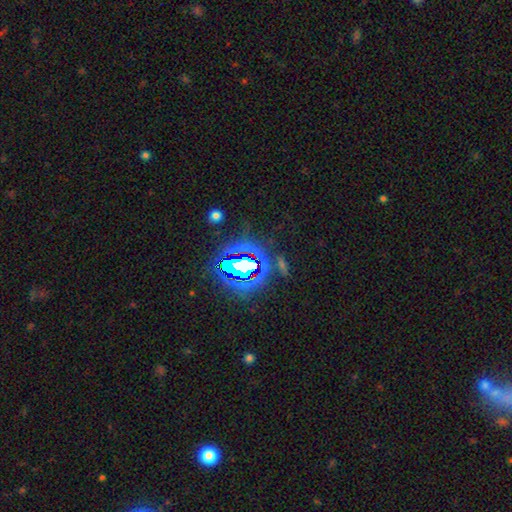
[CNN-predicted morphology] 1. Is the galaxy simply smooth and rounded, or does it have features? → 82% star or artifact, 10% smooth, 8% featured or disk.